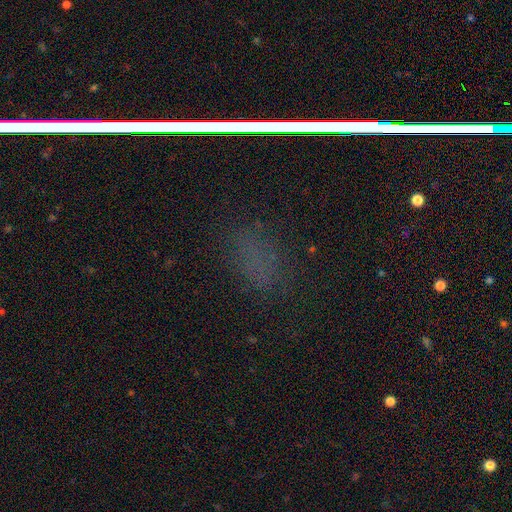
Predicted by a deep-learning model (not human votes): Smooth or featured? star or artifact (57%)